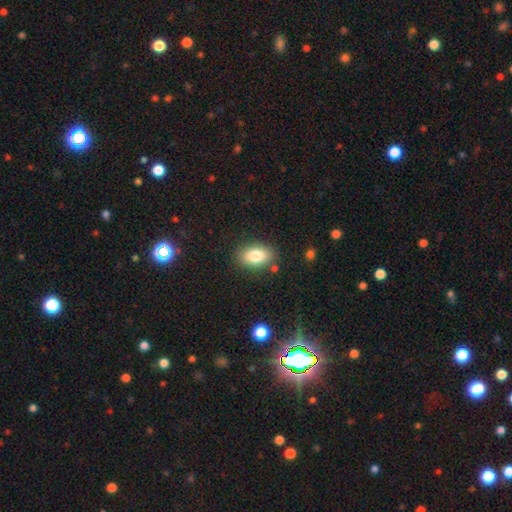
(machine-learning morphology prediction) This appears to be a smooth galaxy with no disk features (82%) that is in between round and cigar-shaped (88%). Merging: none (84%).